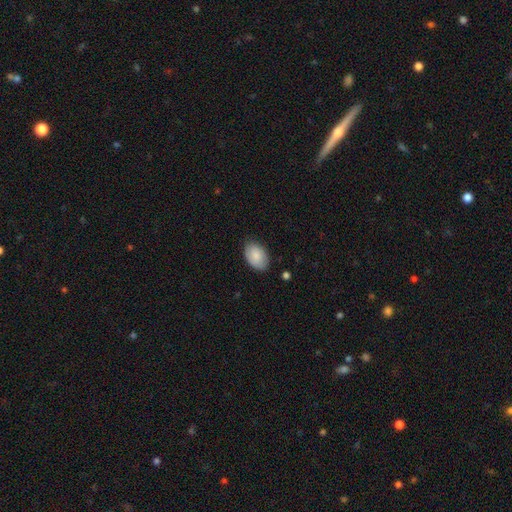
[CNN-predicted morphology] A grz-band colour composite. It shows a smooth galaxy with no disk features (86%) that is in between round and cigar-shaped (88%). Merging: none (78%).